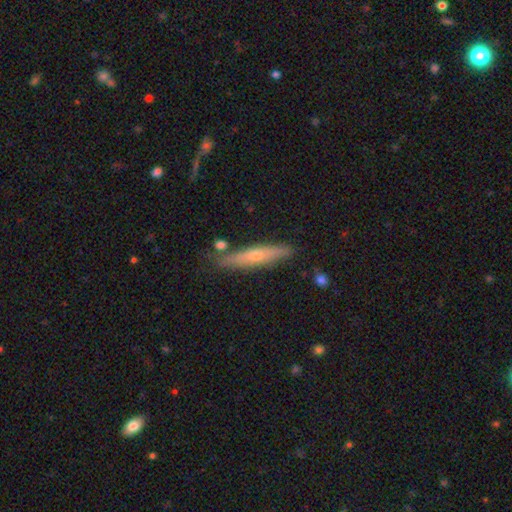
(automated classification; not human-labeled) Overall: featured or disk (49%; smooth 44%). Merging: none (83%).